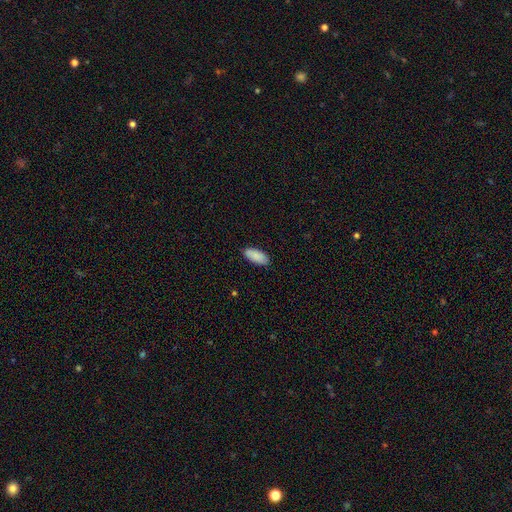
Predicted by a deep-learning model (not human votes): Q: Smooth or featured?
A: smooth (90%); runner-up: star or artifact (6%)
Q: How rounded?
A: in between (87%); runner-up: cigar-shaped (11%)
Q: Merging?
A: none (87%); runner-up: minor disturbance (10%)